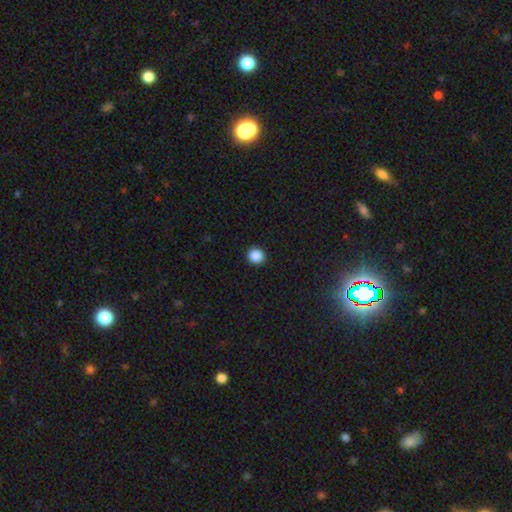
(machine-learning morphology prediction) Smooth or featured?
  - smooth: 87% *
  - star or artifact: 10%
  - featured or disk: 3%
How rounded?
  - round: 93% *
  - in between: 7%
  - cigar-shaped: 1%
Merging?
  - none: 93% *
  - minor disturbance: 5%
  - major disturbance: 2%
  - merger: 1%